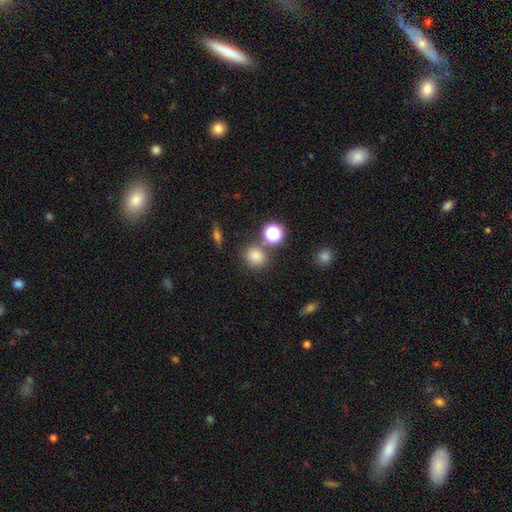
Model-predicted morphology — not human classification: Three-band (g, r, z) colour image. It shows a smooth galaxy with no disk features (78%) that is round (77%). Merging: none (72%).